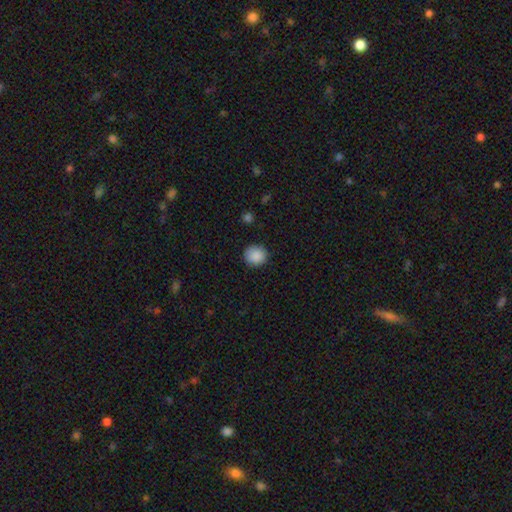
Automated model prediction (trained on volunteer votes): Q: Smooth or featured?
A: smooth (89%); runner-up: star or artifact (9%)
Q: How rounded?
A: round (89%); runner-up: in between (10%)
Q: Merging?
A: none (90%); runner-up: minor disturbance (7%)